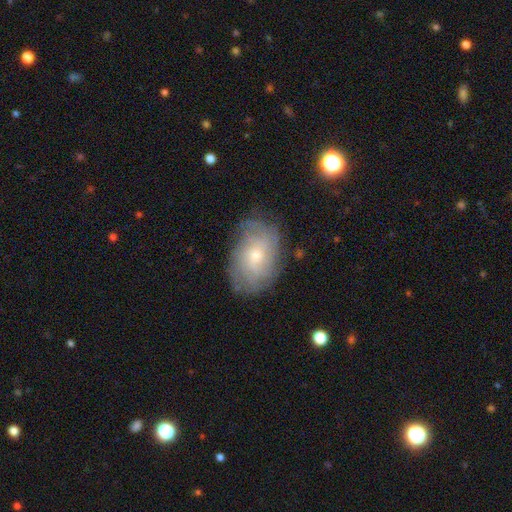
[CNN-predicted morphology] Smooth or featured?
  - featured or disk: 61% *
  - smooth: 30%
  - star or artifact: 9%
Edge-on disk?
  - no: 95% *
  - yes: 5%
Bar?
  - no: 74% *
  - weak: 23%
  - strong: 3%
Spiral arms?
  - yes: 81% *
  - no: 19%
Bulge size?
  - small: 55% *
  - moderate: 40%
  - large: 2%
  - none: 2%
  - dominant: 1%
Merging?
  - none: 74% *
  - minor disturbance: 18%
  - major disturbance: 6%
  - merger: 1%